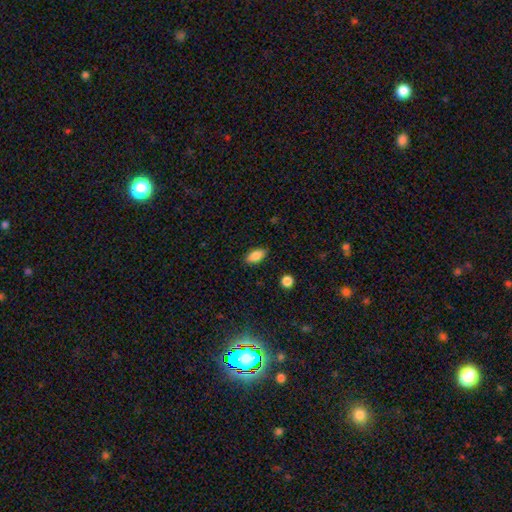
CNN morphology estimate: Q: Smooth or featured?
A: smooth (87%); runner-up: star or artifact (8%)
Q: How rounded?
A: in between (89%); runner-up: cigar-shaped (8%)
Q: Merging?
A: none (86%); runner-up: minor disturbance (10%)